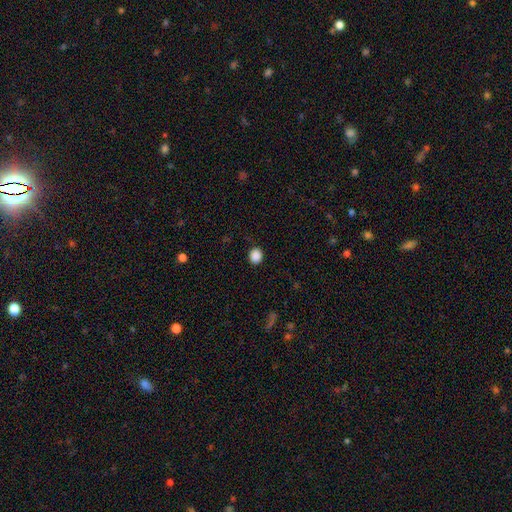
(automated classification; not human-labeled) A smooth galaxy with no disk features (88%) that is round (80%). Merging: none (89%).